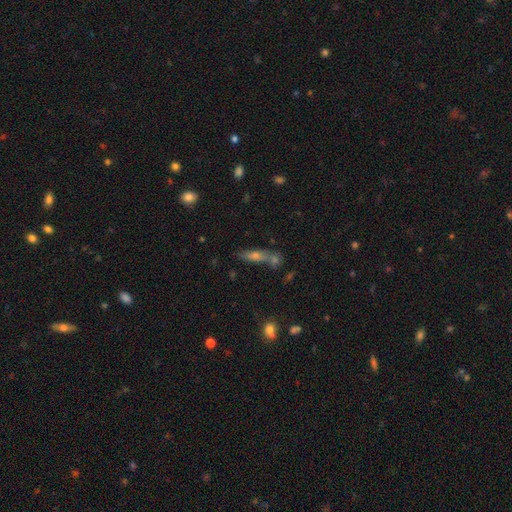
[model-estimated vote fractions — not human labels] A smooth galaxy with no disk features (48%). Merging: none (54%).